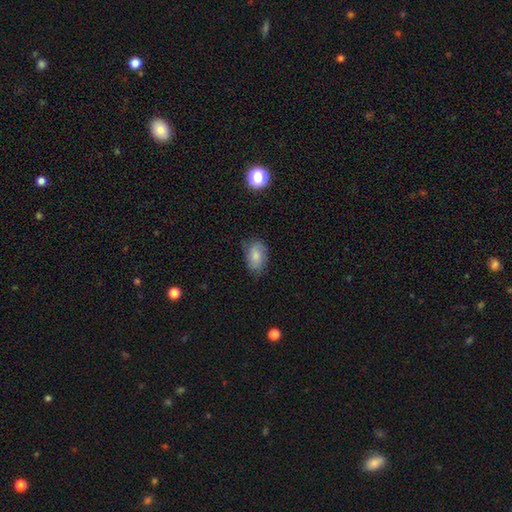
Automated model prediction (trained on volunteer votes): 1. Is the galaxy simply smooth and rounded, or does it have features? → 77% smooth, 15% featured or disk, 8% star or artifact.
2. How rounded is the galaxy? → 88% in between, 10% round, 2% cigar-shaped.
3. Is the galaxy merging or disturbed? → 69% none, 24% minor disturbance, 6% major disturbance, 1% merger.